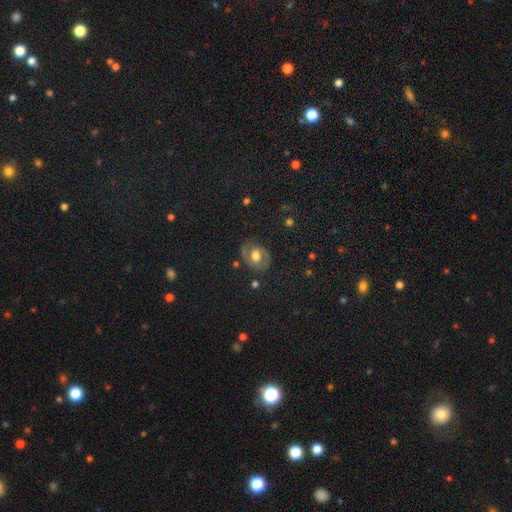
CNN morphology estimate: Q: Smooth or featured?
A: featured or disk (42%); runner-up: smooth (41%)
Q: Merging?
A: none (73%); runner-up: minor disturbance (17%)